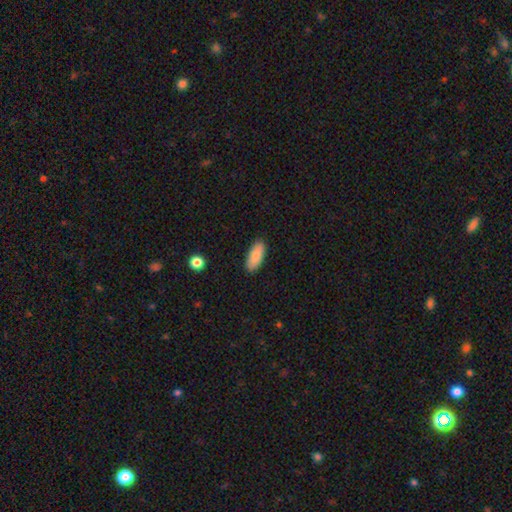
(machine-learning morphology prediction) A smooth galaxy with no disk features (86%) that is in between round and cigar-shaped (79%). Merging: none (88%).